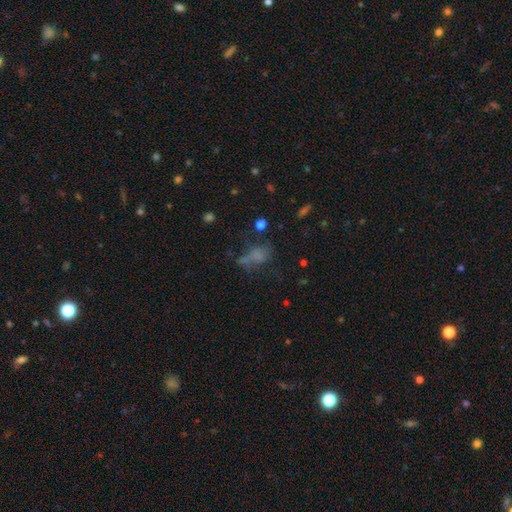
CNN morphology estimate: smooth 52%, featured or disk 24%, star or artifact 24%. Down the decision tree: how rounded — in between (72%); merging — none (39%).